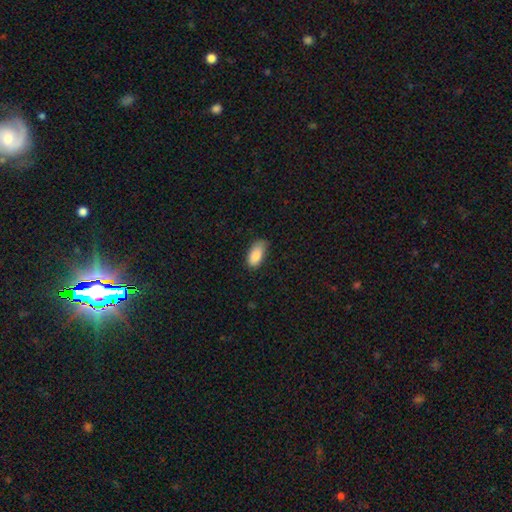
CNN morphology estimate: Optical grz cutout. It shows a smooth galaxy with no disk features (86%) that is in between round and cigar-shaped (92%). Merging: none (64%).